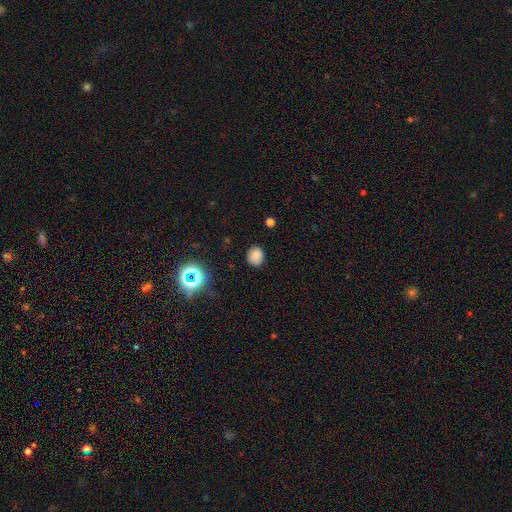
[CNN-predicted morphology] A smooth galaxy with no disk features (78%) that is round (75%). Merging: none (86%).